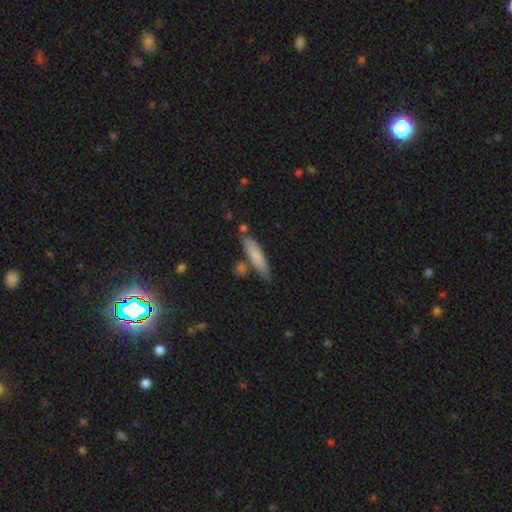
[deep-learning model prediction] This is likely a smooth galaxy (77%). How rounded: likely cigar-shaped (79%). Merging: likely none (72%).